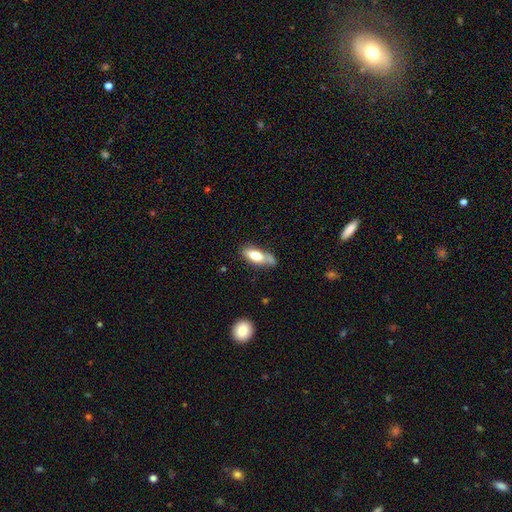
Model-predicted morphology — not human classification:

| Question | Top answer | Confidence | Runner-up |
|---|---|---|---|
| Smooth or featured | smooth | 69% | featured or disk (25%) |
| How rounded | in between | 73% | cigar-shaped (24%) |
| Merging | none | 53% | minor disturbance (27%) |